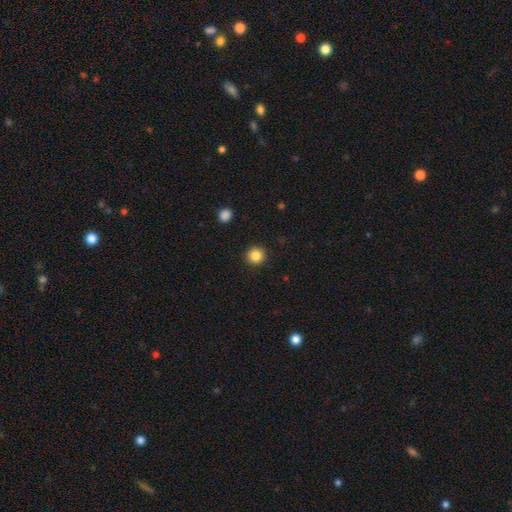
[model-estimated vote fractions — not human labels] smooth_or_featured: smooth (p=0.86) [alt: star or artifact p=0.10]
how_rounded: round (p=0.94) [alt: in between p=0.05]
merging: none (p=0.92) [alt: minor disturbance p=0.05]